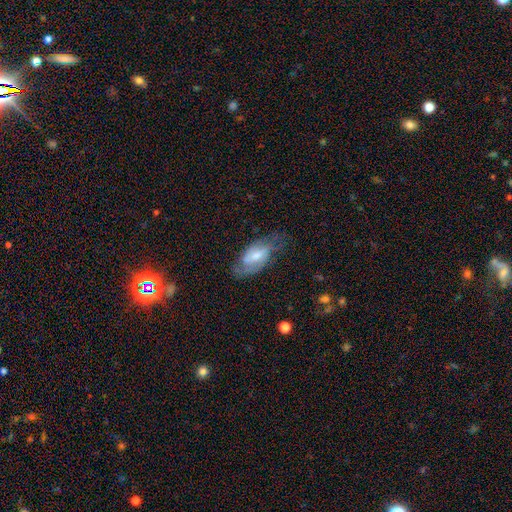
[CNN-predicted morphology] Smooth or featured? featured or disk (63%)
Edge-on disk? no (92%)
Bar? weak (49%)
Spiral arms? yes (84%)
Bulge size? moderate (51%)
Merging? none (59%)